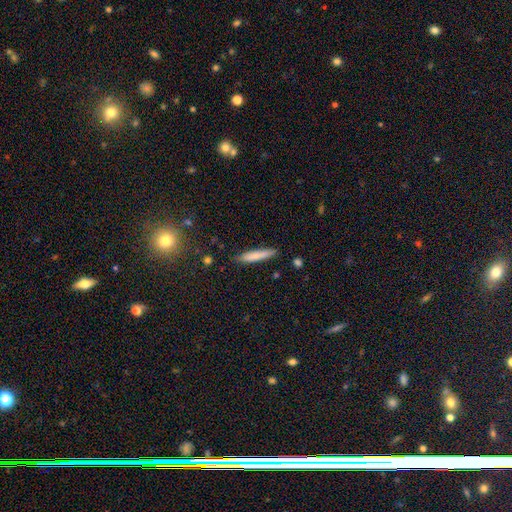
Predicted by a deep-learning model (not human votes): This is likely a smooth galaxy (77%). How rounded: clearly cigar-shaped (92%). Merging: clearly none (86%).